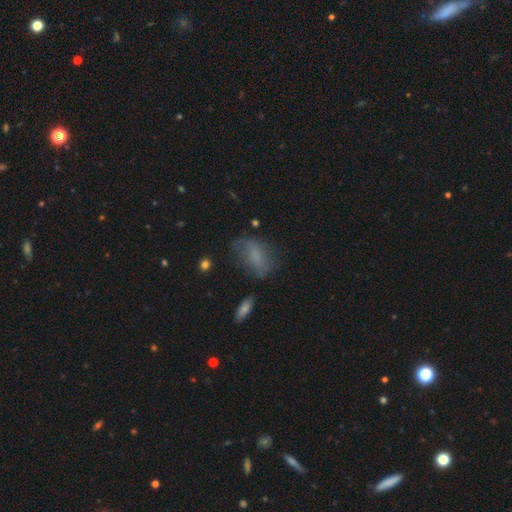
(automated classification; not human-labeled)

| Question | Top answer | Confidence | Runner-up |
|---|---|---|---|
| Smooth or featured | smooth | 56% | featured or disk (32%) |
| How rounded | in between | 83% | round (11%) |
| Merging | none | 49% | minor disturbance (28%) |